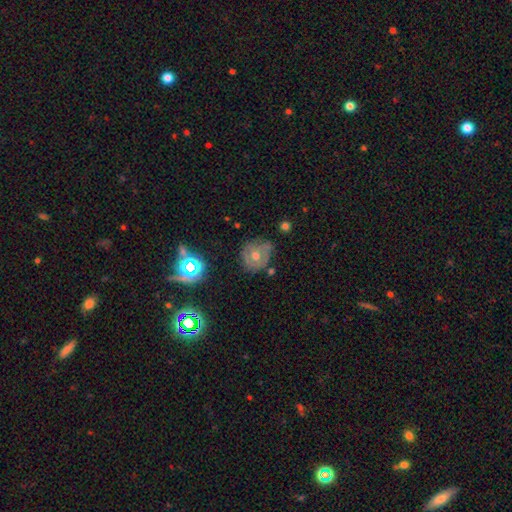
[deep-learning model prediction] Smooth or featured? Predicted: featured or disk (p=0.51). Edge-on disk? Predicted: no (p=0.96). Merging? Predicted: none (p=0.66).